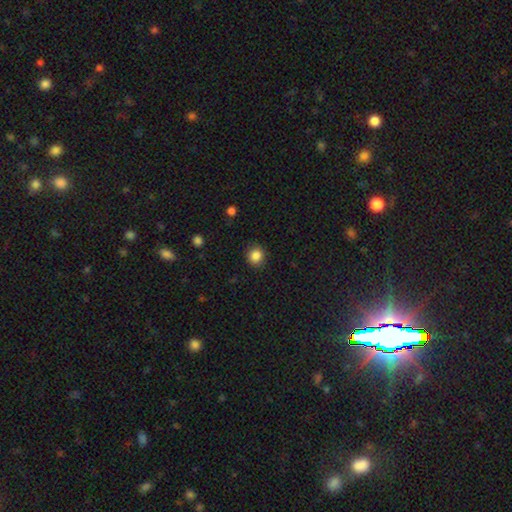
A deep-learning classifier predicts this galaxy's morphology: smooth 86%, star or artifact 10%, featured or disk 4%. Down the decision tree: how rounded — round (89%); merging — none (89%).